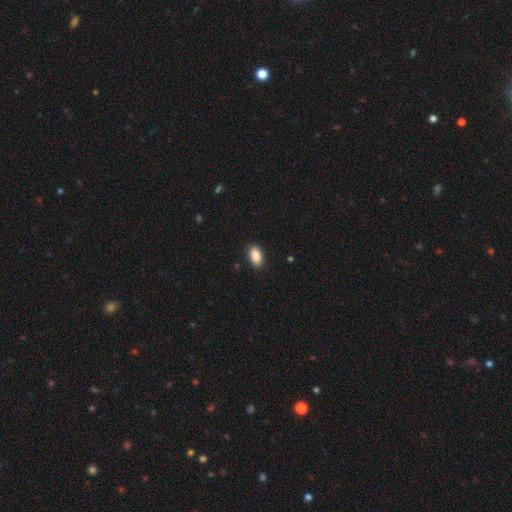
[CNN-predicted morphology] type=smooth (88%); roundness=in between (92%); merging=none (88%).